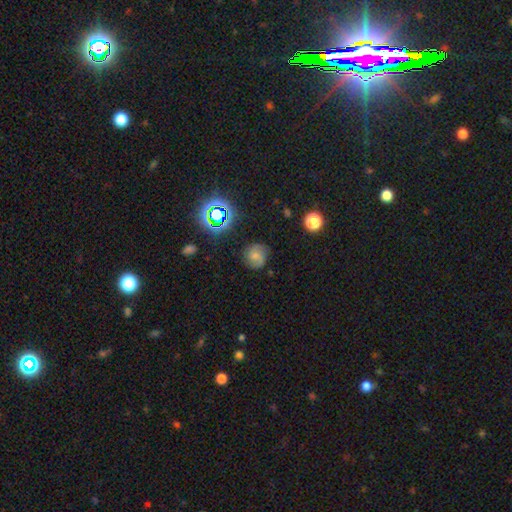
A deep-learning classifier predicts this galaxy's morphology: Smooth or featured: featured or disk — 42% (smooth — 41%)
Merging: none — 75% (minor disturbance — 17%)